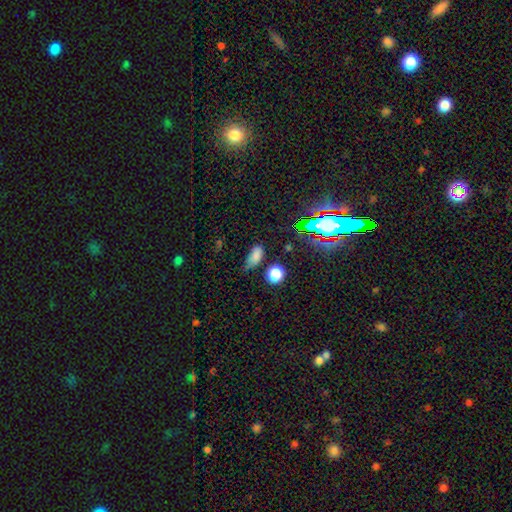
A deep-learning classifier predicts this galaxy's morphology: This appears to be a smooth galaxy with no disk features (73%) that is in between round and cigar-shaped (76%). Merging: none (55%).